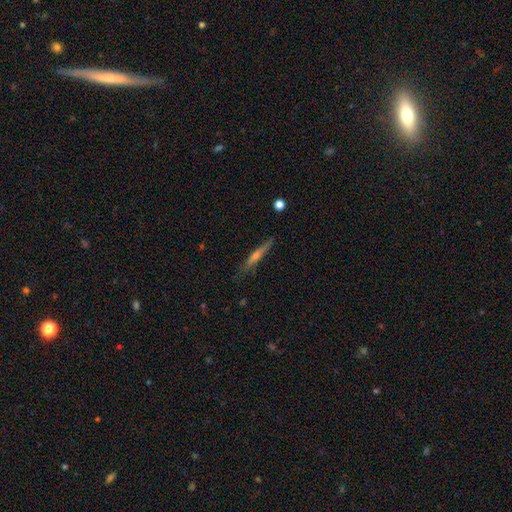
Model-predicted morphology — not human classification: Smooth or featured?
  - featured or disk: 61% *
  - smooth: 32%
  - star or artifact: 7%
Edge-on disk?
  - yes: 95% *
  - no: 5%
Edge-on bulge?
  - rounded: 70% *
  - none: 24%
  - boxy: 6%
Merging?
  - none: 83% *
  - minor disturbance: 13%
  - major disturbance: 2%
  - merger: 1%